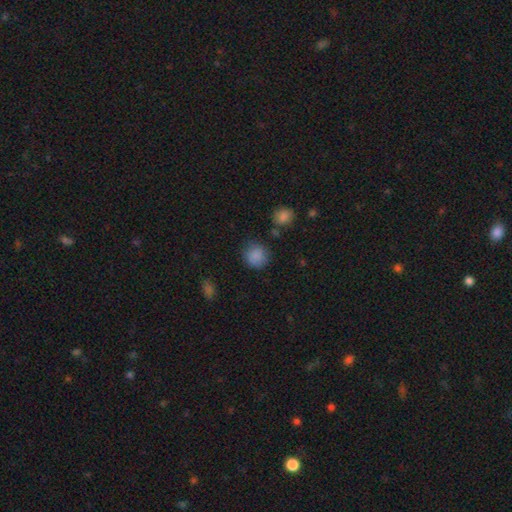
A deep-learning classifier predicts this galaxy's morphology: A smooth galaxy with no disk features (86%) that is round (88%). Merging: none (80%).